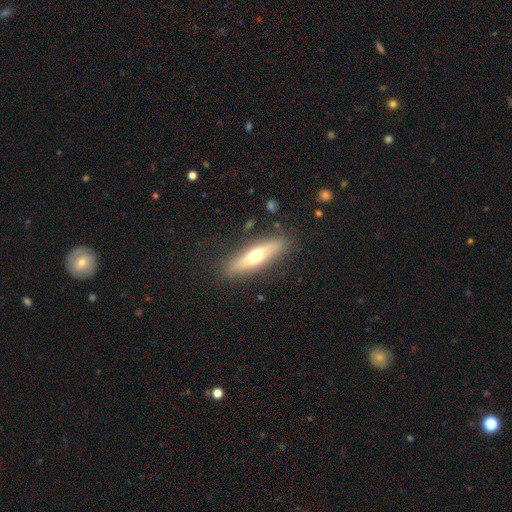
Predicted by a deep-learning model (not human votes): This is possibly a smooth galaxy (48%). Merging: clearly none (85%).